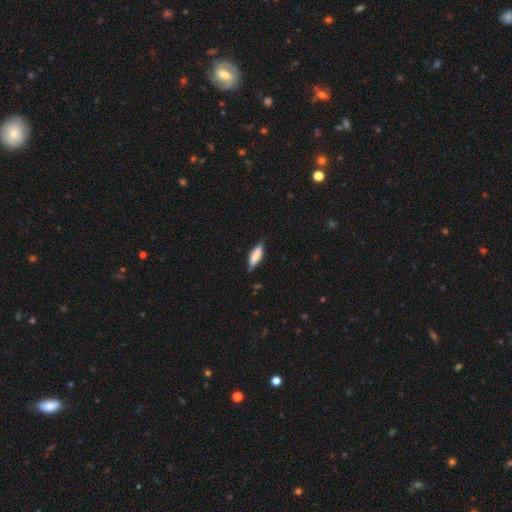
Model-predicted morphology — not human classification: A smooth galaxy with no disk features (71%) that is cigar-shaped (53%).

Vote fractions:
- Smooth or featured? smooth: 71% / featured or disk: 23% / star or artifact: 6%
- How rounded? cigar-shaped: 53% / in between: 45% / round: 2%
- Merging? none: 79% / minor disturbance: 17% / major disturbance: 3% / merger: 1%